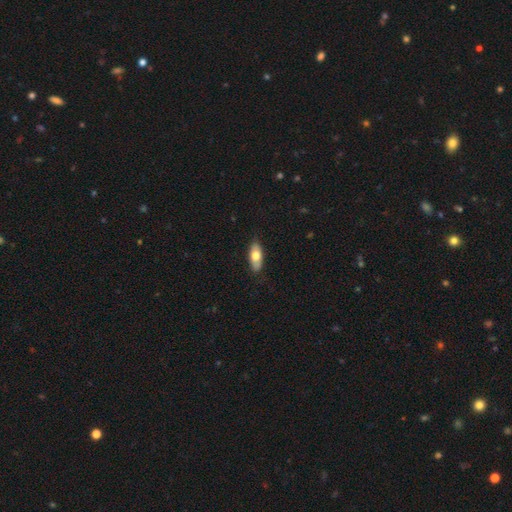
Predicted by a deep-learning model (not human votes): Overall: smooth (69%). How rounded: in between (81%). Merging: none (85%).